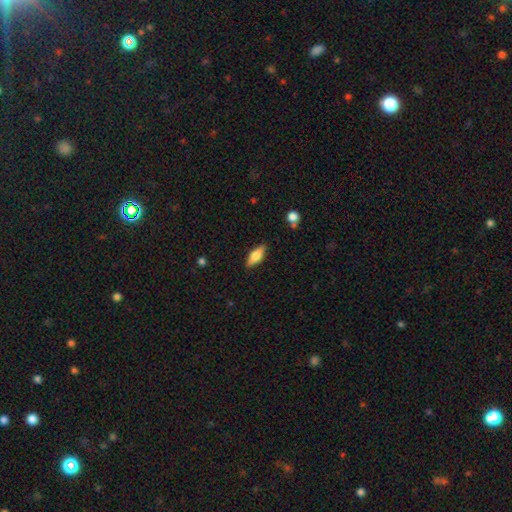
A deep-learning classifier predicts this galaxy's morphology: The model was most divided on "how rounded": in between: 67%, cigar-shaped: 30%, round: 2%. More confident: merging — none (86%); smooth or featured — smooth (68%).